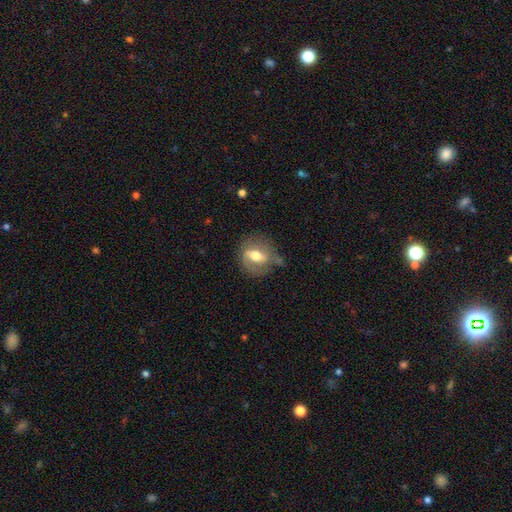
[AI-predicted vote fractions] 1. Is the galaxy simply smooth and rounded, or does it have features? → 53% featured or disk, 40% smooth, 7% star or artifact.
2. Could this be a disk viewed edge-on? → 91% no, 9% yes.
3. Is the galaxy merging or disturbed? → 57% none, 26% minor disturbance, 13% major disturbance, 4% merger.